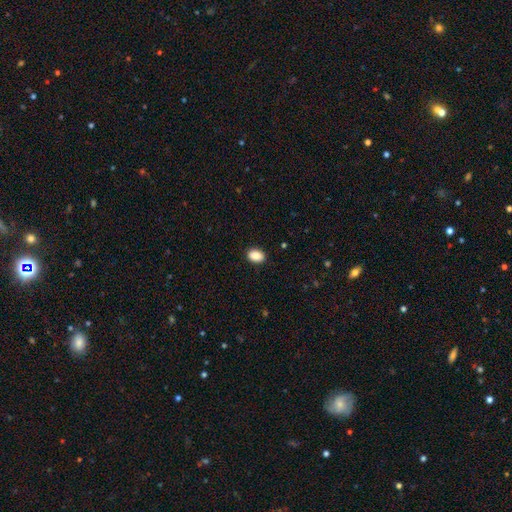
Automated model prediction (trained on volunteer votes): This is clearly a smooth galaxy (90%). How rounded: clearly in between (81%). Merging: clearly none (90%).